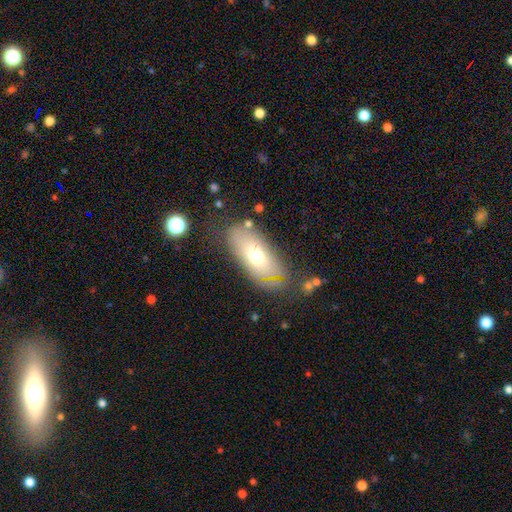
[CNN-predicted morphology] type=smooth (60%); roundness=in between (82%); merging=none (69%).